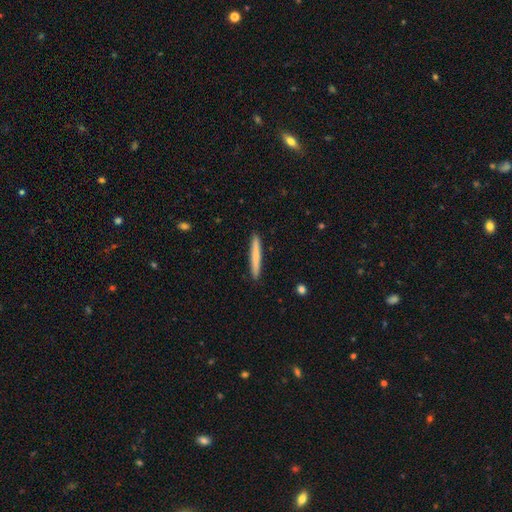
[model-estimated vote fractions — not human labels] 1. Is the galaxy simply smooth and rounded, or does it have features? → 70% smooth, 25% featured or disk, 5% star or artifact.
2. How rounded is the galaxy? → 96% cigar-shaped, 3% in between, 1% round.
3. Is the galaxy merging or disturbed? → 92% none, 6% minor disturbance, 1% major disturbance, 1% merger.